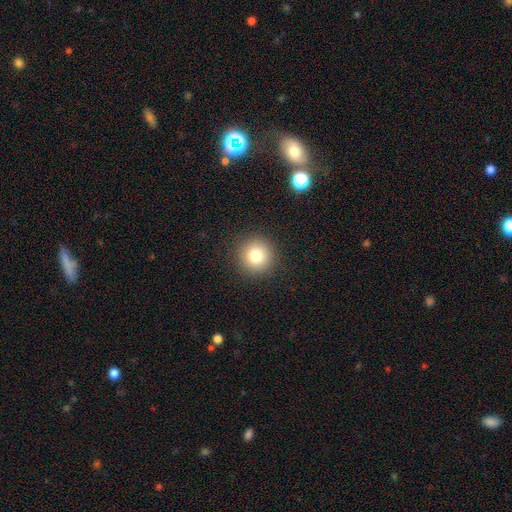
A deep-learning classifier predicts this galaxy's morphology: Overall: smooth (80%). How rounded: round (94%). Merging: none (91%).